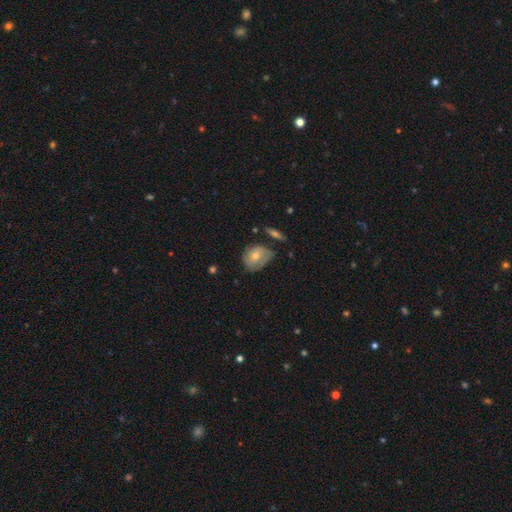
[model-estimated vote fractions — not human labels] Morphology: type=smooth (56%); roundness=in between (55%); merging=none (45%).